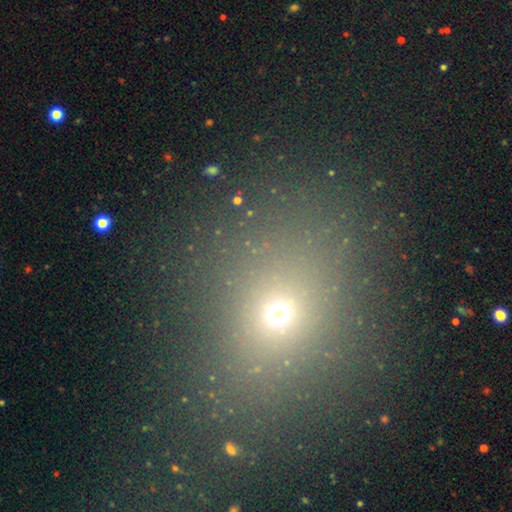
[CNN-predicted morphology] Smooth or featured: smooth — 55% (star or artifact — 34%)
How rounded: round — 61% (in between — 37%)
Merging: none — 78% (minor disturbance — 10%)